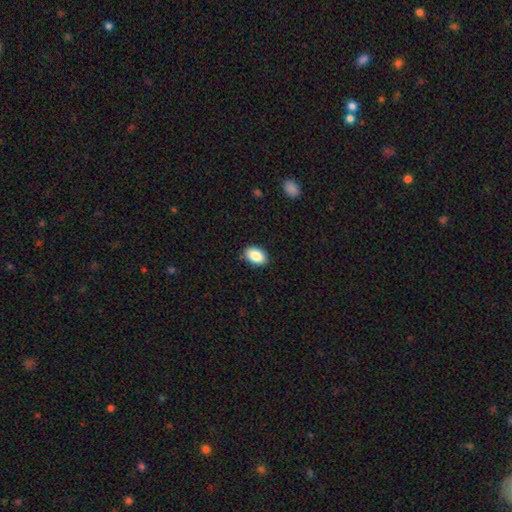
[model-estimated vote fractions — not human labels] Morphology: type=smooth (88%); roundness=in between (90%); merging=none (86%).